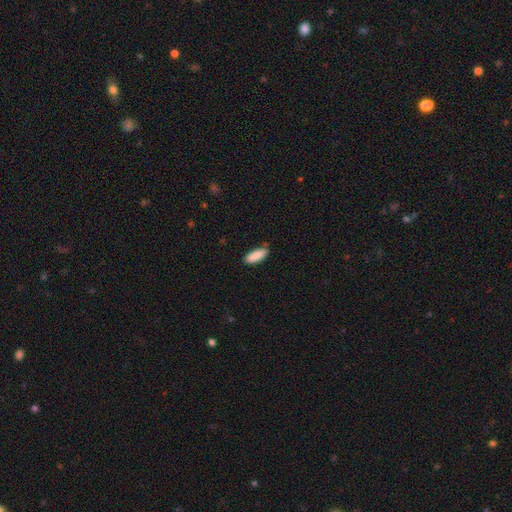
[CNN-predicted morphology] Q: Smooth or featured?
A: smooth (89%); runner-up: star or artifact (6%)
Q: How rounded?
A: in between (67%); runner-up: cigar-shaped (32%)
Q: Merging?
A: none (81%); runner-up: minor disturbance (14%)